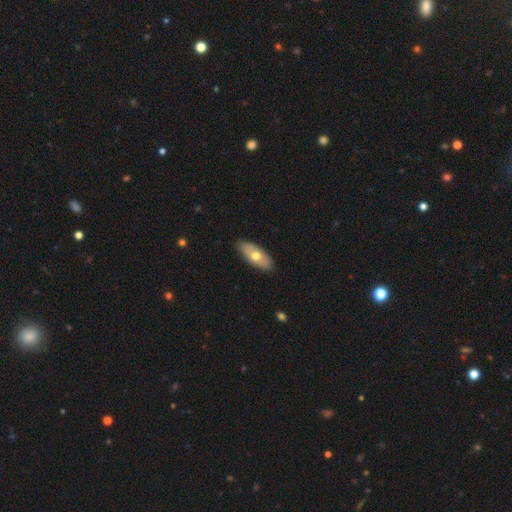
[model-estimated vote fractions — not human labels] smooth-or-featured: smooth: 60% | featured or disk: 34% | star or artifact: 5%
  how-rounded: in between: 85% | cigar-shaped: 12% | round: 3%
  merging: none: 85% | minor disturbance: 12% | major disturbance: 2% | merger: 1%